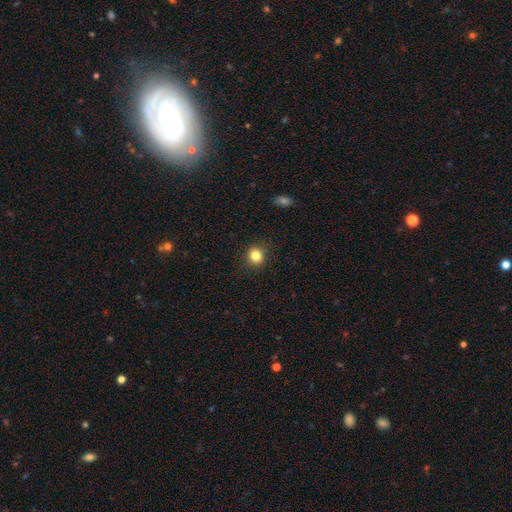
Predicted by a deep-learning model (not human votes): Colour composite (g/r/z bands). It shows a smooth galaxy with no disk features (83%) that is round (87%). Merging: none (90%).